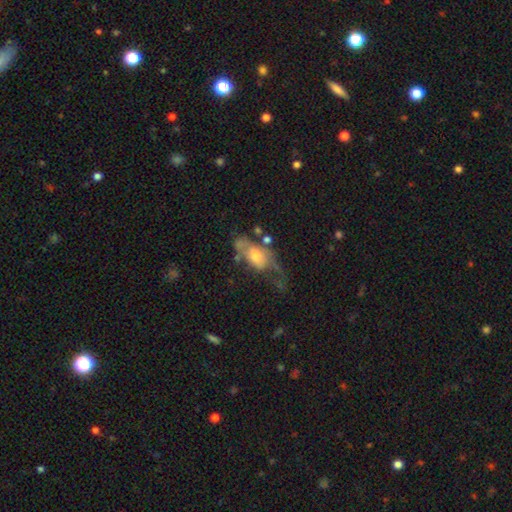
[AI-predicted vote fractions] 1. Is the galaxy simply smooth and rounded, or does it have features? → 51% featured or disk, 41% smooth, 8% star or artifact.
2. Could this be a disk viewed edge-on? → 87% no, 13% yes.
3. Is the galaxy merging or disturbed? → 42% major disturbance, 27% none, 23% minor disturbance, 9% merger.